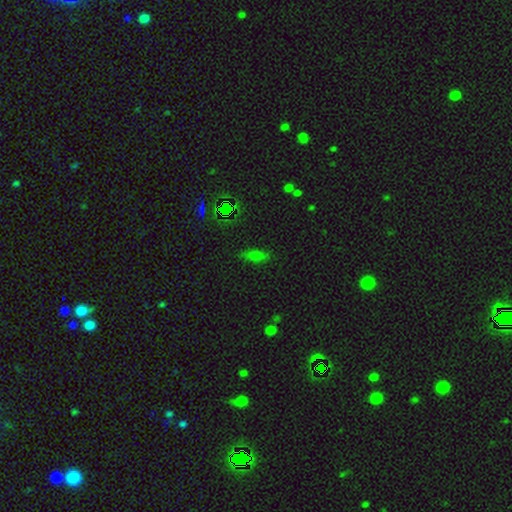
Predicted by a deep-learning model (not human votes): Morphology: type=smooth (61%); roundness=in between (68%); merging=none (79%).